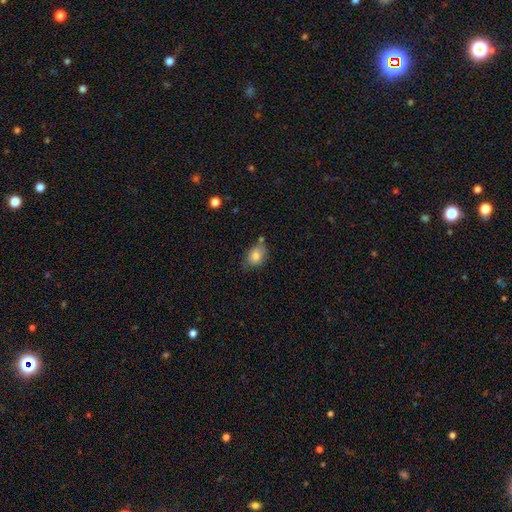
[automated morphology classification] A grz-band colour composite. It shows a smooth galaxy with no disk features (80%) that is in between round and cigar-shaped (66%). Merging: none (61%).